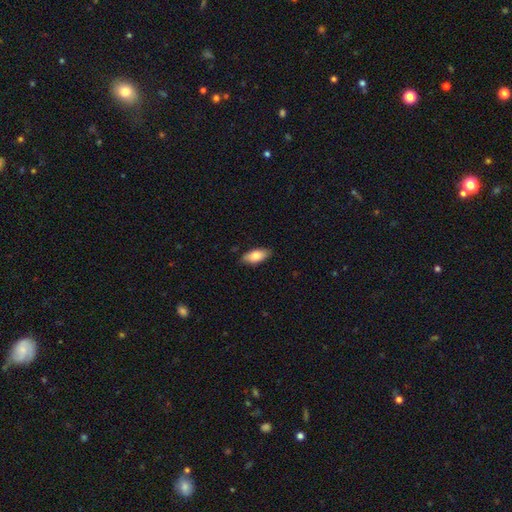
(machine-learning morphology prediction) Smooth or featured: smooth — 79% (featured or disk — 14%)
How rounded: in between — 86% (cigar-shaped — 11%)
Merging: none — 84% (minor disturbance — 13%)